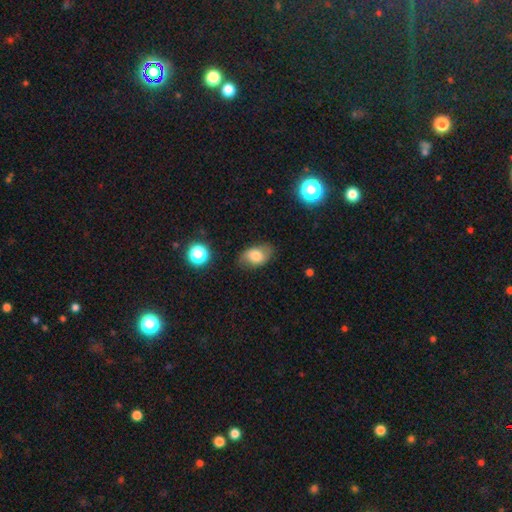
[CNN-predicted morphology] Smooth or featured? Predicted: smooth (p=0.73). How rounded? Predicted: in between (p=0.85). Merging? Predicted: none (p=0.74).